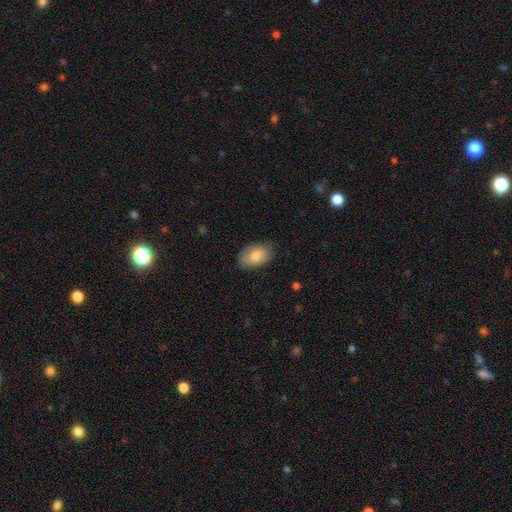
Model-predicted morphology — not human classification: Smooth or featured? Predicted: smooth (p=0.80). How rounded? Predicted: in between (p=0.90). Merging? Predicted: none (p=0.83).